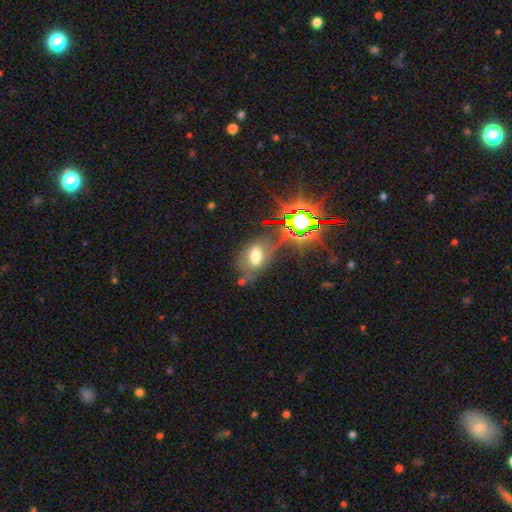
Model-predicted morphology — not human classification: This appears to be a smooth galaxy with no disk features (56%) that is in between round and cigar-shaped (83%). Merging: none (54%).